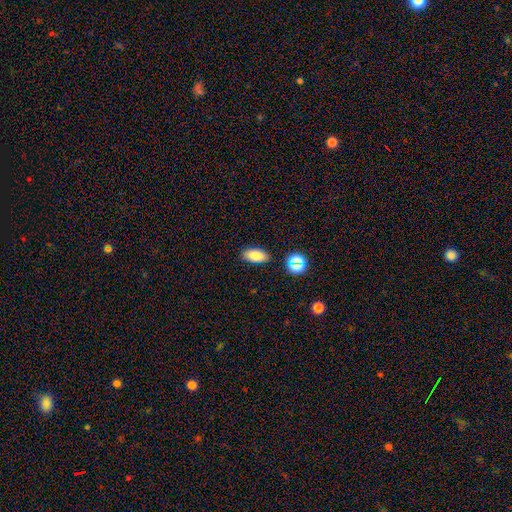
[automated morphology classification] smooth 82%, star or artifact 11%, featured or disk 7%. Down the decision tree: how rounded — in between (91%); merging — none (86%).